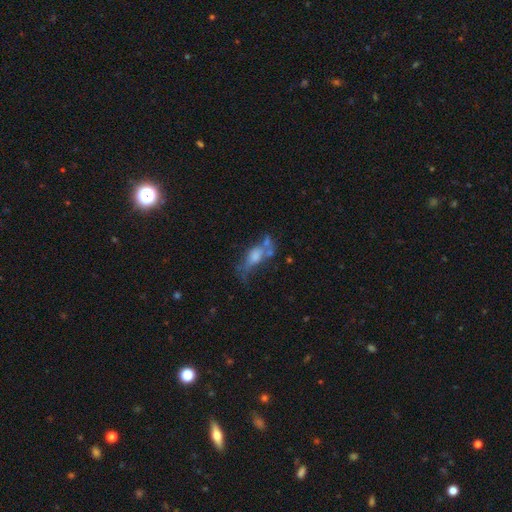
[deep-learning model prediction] The model was most divided on "merging": none: 30%, major disturbance: 28%, merger: 21%, minor disturbance: 21%. Remaining: smooth or featured — featured or disk (46%).